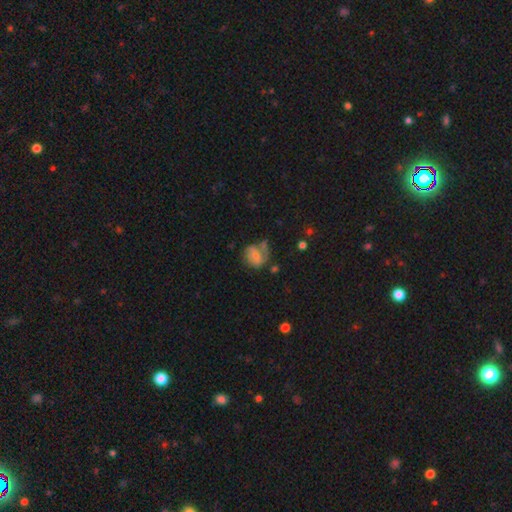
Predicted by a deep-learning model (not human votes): This is possibly a smooth galaxy (54%). How rounded: possibly round (56%). Merging: marginally none (40%).